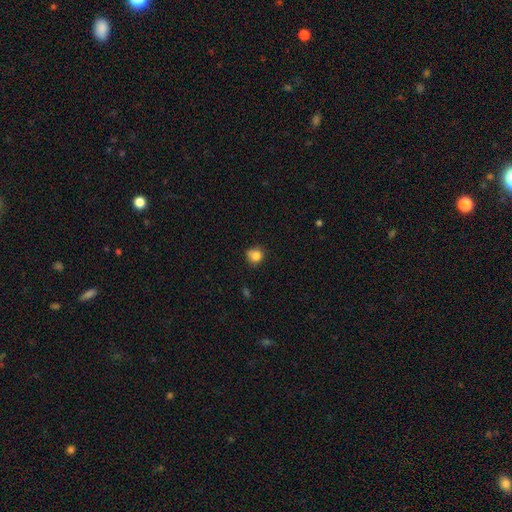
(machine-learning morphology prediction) Smooth or featured?
  - smooth: 83% *
  - star or artifact: 11%
  - featured or disk: 6%
How rounded?
  - round: 86% *
  - in between: 13%
  - cigar-shaped: 1%
Merging?
  - none: 74% *
  - minor disturbance: 20%
  - major disturbance: 4%
  - merger: 2%